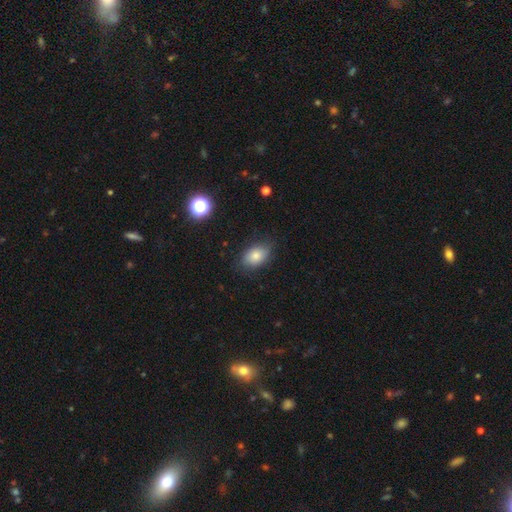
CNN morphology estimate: A smooth galaxy with no disk features (79%) that is in between round and cigar-shaped (84%). Merging: none (77%).